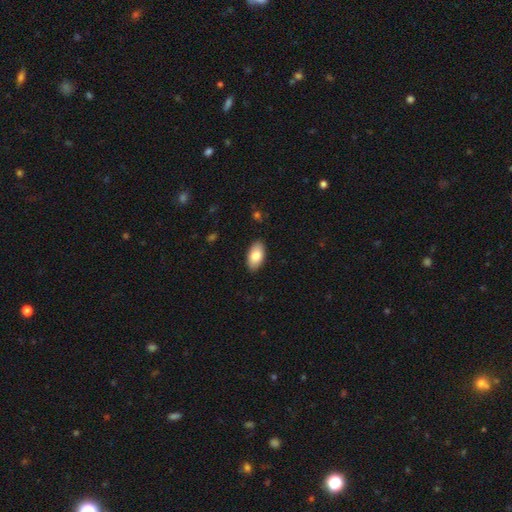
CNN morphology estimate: Smooth or featured?
  - smooth: 82% *
  - featured or disk: 12%
  - star or artifact: 6%
How rounded?
  - in between: 95% *
  - round: 3%
  - cigar-shaped: 3%
Merging?
  - none: 89% *
  - minor disturbance: 9%
  - major disturbance: 2%
  - merger: 1%